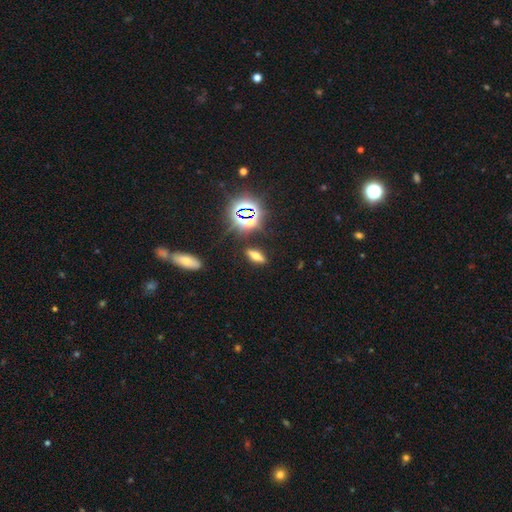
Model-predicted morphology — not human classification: Smooth or featured: smooth — 44% (star or artifact — 30%)
Merging: none — 87% (minor disturbance — 8%)